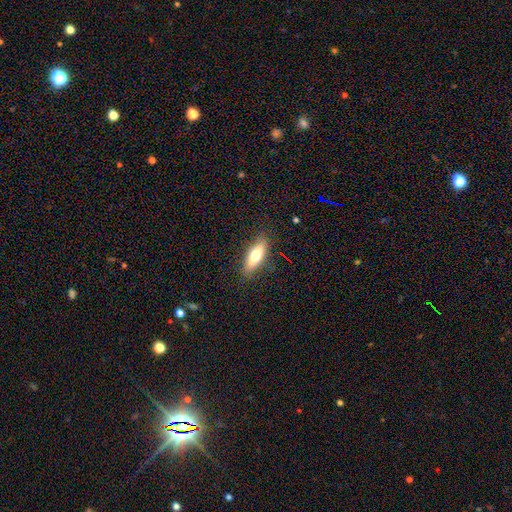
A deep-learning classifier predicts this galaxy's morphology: The model was most divided on "how rounded": in between: 56%, cigar-shaped: 42%, round: 2%. More confident: merging — none (85%); smooth or featured — smooth (69%).